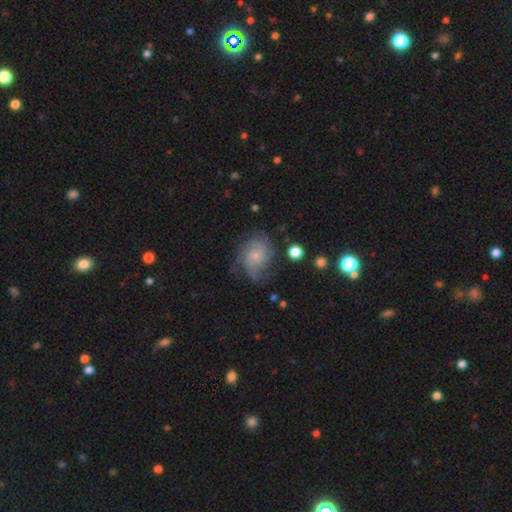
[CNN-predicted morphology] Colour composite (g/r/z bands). It shows a featured or disk galaxy (56%) with no bar (74%), spiral arms (85%) and a small central bulge (55%). Merging: none (54%).